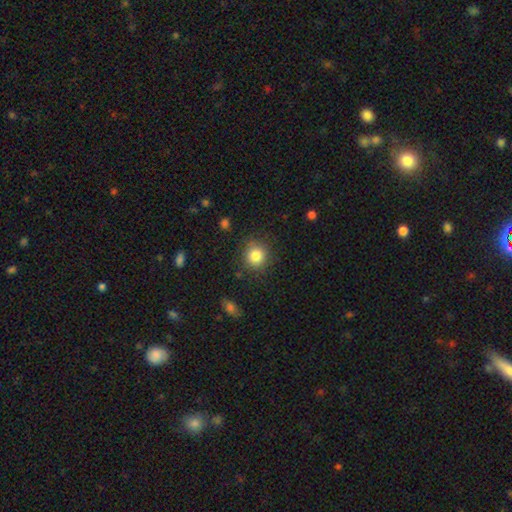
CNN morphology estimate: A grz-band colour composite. It shows a smooth galaxy with no disk features (83%) that is round (90%). Merging: none (86%).